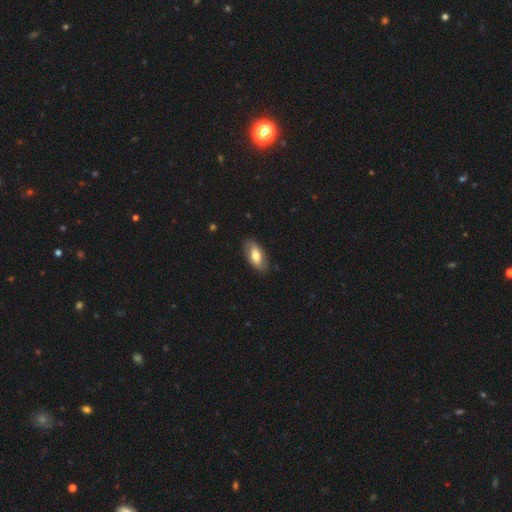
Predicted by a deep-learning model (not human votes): This is likely a smooth galaxy (67%). How rounded: clearly in between (89%). Merging: clearly none (84%).